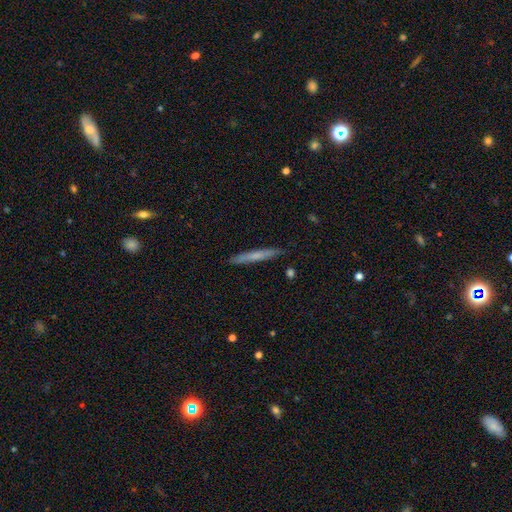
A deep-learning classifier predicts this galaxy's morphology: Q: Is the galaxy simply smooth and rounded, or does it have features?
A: smooth — 59%.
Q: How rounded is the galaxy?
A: cigar-shaped — 96%.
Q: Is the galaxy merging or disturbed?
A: none — 90%.